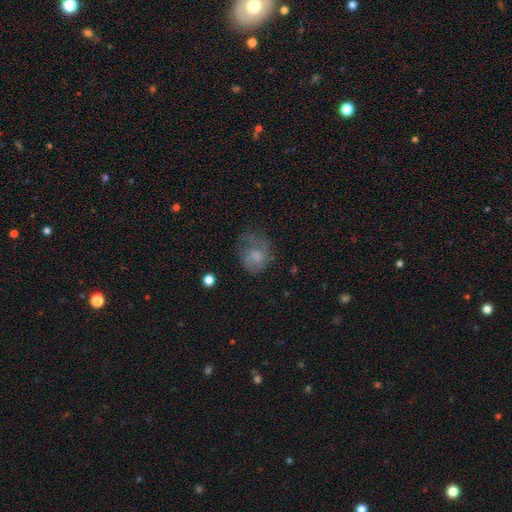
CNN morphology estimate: This appears to be a smooth galaxy with no disk features (56%) that is round (64%). Merging: none (41%).